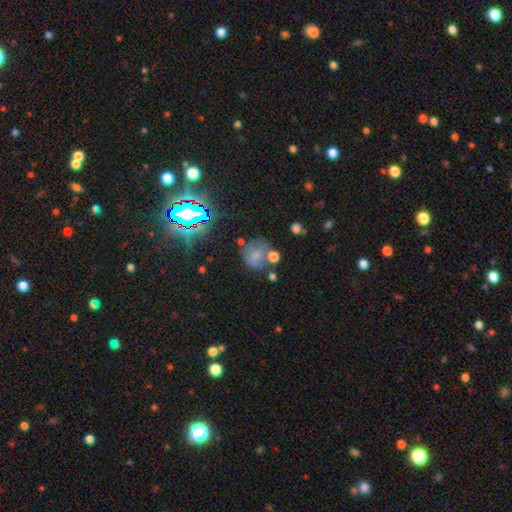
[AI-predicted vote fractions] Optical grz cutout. It shows a smooth galaxy with no disk features (55%) that is round (78%). Merging: none (51%).